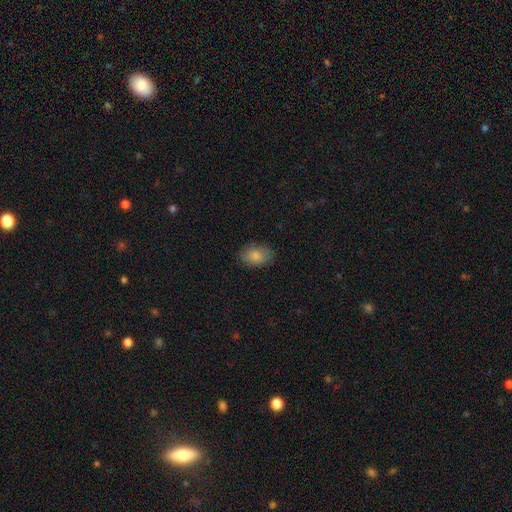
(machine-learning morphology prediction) A smooth galaxy with no disk features (84%) that is in between round and cigar-shaped (85%).

Vote fractions:
- Smooth or featured? smooth: 84% / featured or disk: 9% / star or artifact: 7%
- How rounded? in between: 85% / round: 14% / cigar-shaped: 1%
- Merging? none: 82% / minor disturbance: 14% / major disturbance: 3% / merger: 1%